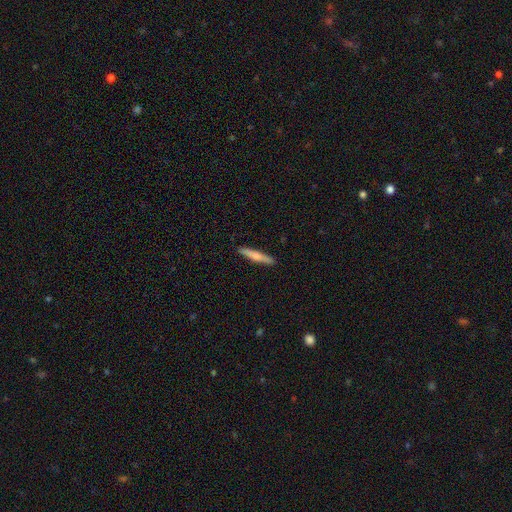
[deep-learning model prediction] A smooth galaxy with no disk features (61%) that is cigar-shaped (92%). Merging: none (91%).